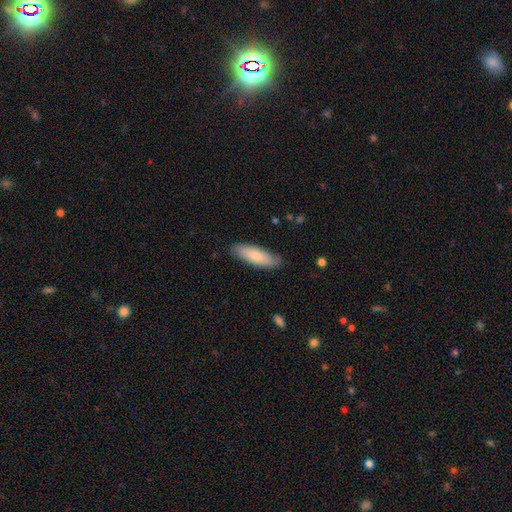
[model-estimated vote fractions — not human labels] Overall: smooth (79%). How rounded: cigar-shaped (50%; in between 49%). Merging: none (83%).